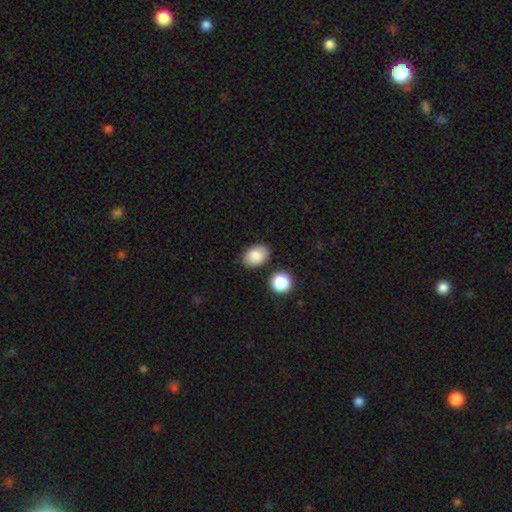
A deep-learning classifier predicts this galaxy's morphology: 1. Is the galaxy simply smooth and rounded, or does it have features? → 86% smooth, 8% star or artifact, 7% featured or disk.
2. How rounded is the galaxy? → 82% in between, 17% round, 1% cigar-shaped.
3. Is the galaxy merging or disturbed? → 80% none, 12% minor disturbance, 5% merger, 3% major disturbance.